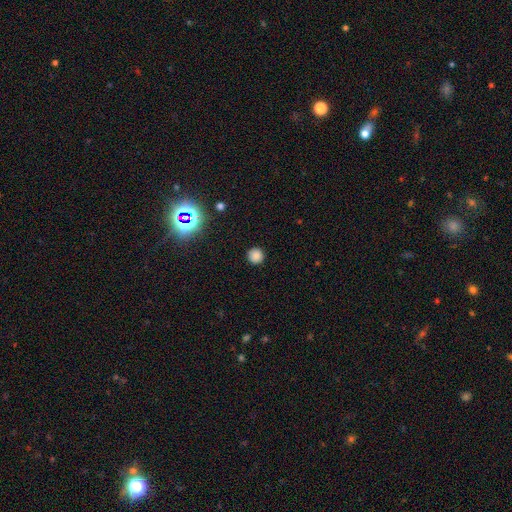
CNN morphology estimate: Q: Smooth or featured?
A: smooth (83%); runner-up: star or artifact (14%)
Q: How rounded?
A: round (96%); runner-up: in between (4%)
Q: Merging?
A: none (92%); runner-up: minor disturbance (5%)